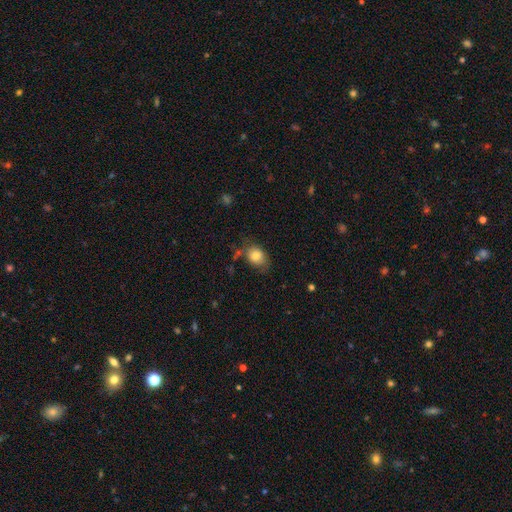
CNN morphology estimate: Q: Smooth or featured?
A: smooth (81%); runner-up: featured or disk (10%)
Q: How rounded?
A: in between (65%); runner-up: round (34%)
Q: Merging?
A: none (63%); runner-up: minor disturbance (25%)